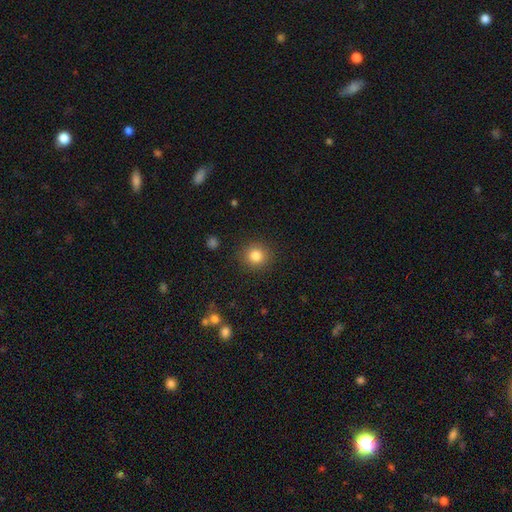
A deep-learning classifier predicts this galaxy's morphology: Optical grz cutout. It shows a smooth galaxy with no disk features (83%) that is round (90%). Merging: none (89%).